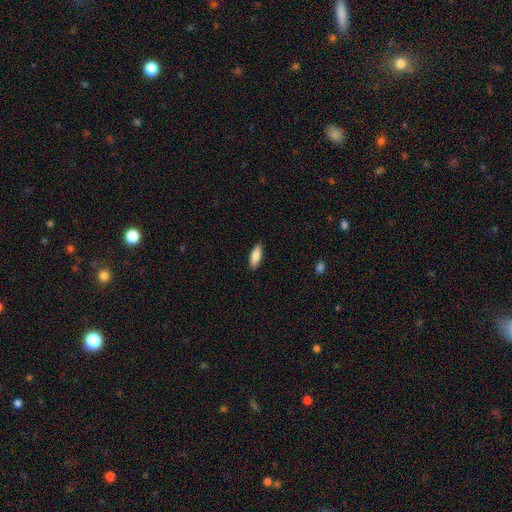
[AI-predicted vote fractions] smooth-or-featured: smooth: 86% | featured or disk: 9% | star or artifact: 6%
  how-rounded: in between: 67% | cigar-shaped: 31% | round: 2%
  merging: none: 89% | minor disturbance: 8% | major disturbance: 2% | merger: 1%